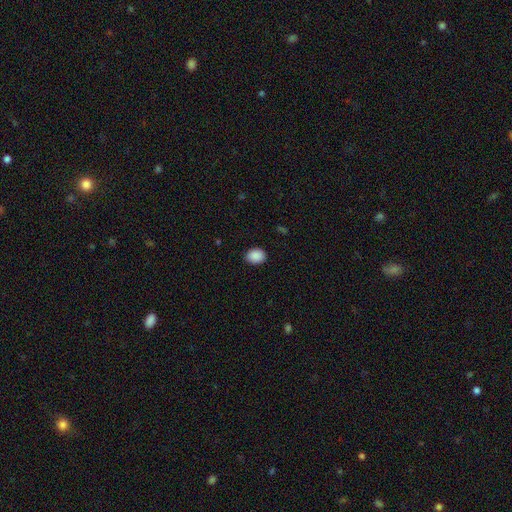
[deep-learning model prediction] Smooth or featured? smooth (89%)
How rounded? in between (64%)
Merging? none (87%)